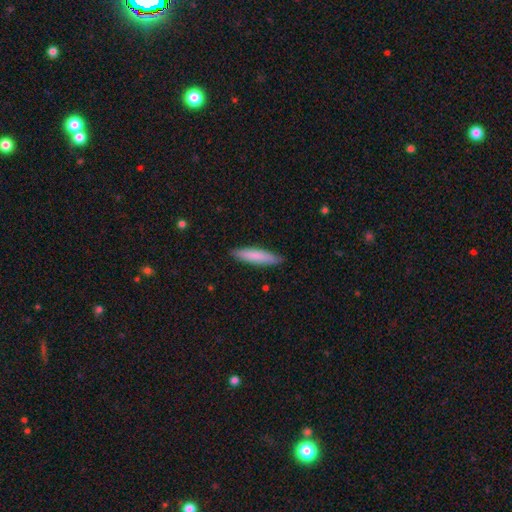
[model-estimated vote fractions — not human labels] Smooth or featured?
  - smooth: 81% *
  - featured or disk: 14%
  - star or artifact: 5%
How rounded?
  - cigar-shaped: 83% *
  - in between: 16%
  - round: 1%
Merging?
  - none: 89% *
  - minor disturbance: 9%
  - major disturbance: 2%
  - merger: 1%